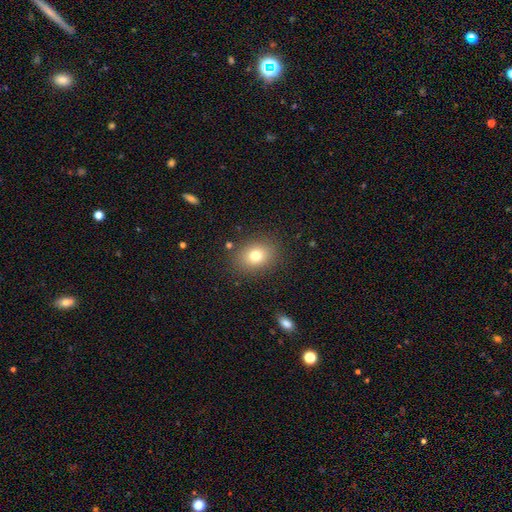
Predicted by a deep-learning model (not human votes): smooth 77%, star or artifact 12%, featured or disk 11%. Down the decision tree: how rounded — in between (52%); merging — none (86%).